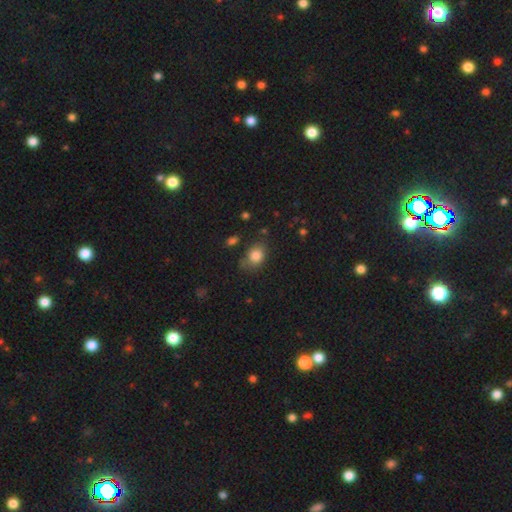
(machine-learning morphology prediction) This is clearly a smooth galaxy (83%). How rounded: likely in between (60%). Merging: likely none (65%).